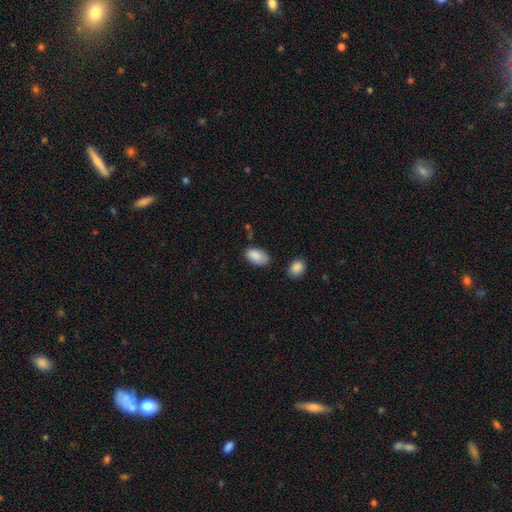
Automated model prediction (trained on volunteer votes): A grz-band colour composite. It shows a smooth galaxy with no disk features (88%) that is in between round and cigar-shaped (94%). Merging: none (69%).